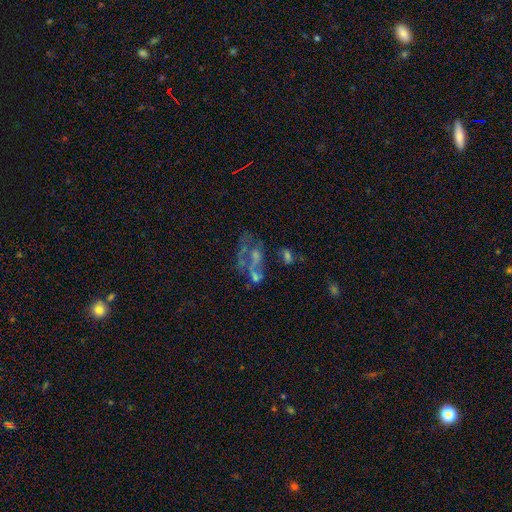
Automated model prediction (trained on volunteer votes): Smooth or featured: featured or disk — 57% (smooth — 22%)
Edge-on disk: no — 97% (yes — 3%)
Bar: no — 86% (weak — 10%)
Spiral arms: no — 86% (yes — 14%)
Bulge size: none — 62% (small — 17%)
Merging: major disturbance — 32% (none — 28%)